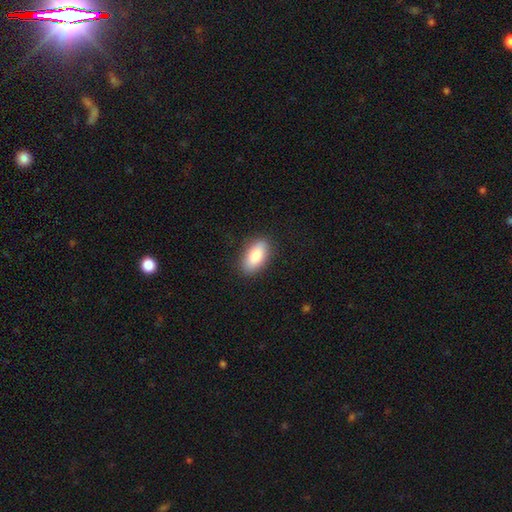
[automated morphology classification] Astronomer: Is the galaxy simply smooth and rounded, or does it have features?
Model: smooth — 84%.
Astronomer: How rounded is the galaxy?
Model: in between — 91%.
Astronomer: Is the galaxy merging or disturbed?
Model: none — 88%.